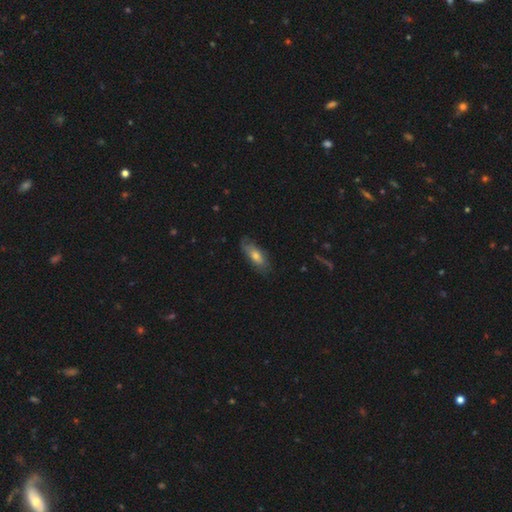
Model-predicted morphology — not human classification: Smooth or featured? smooth (62%)
How rounded? in between (64%)
Merging? none (76%)